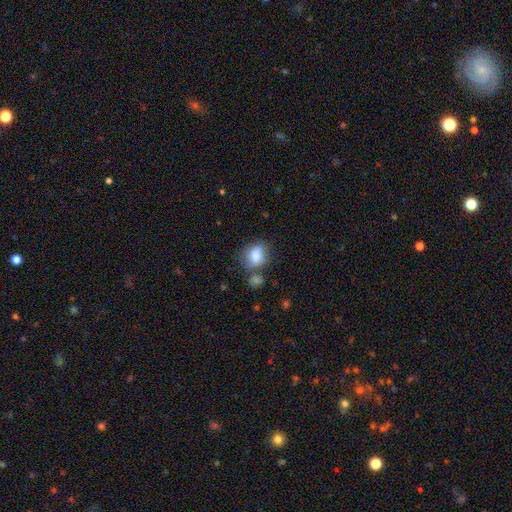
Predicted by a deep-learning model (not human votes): This appears to be a smooth galaxy with no disk features (82%) that is in between round and cigar-shaped (52%). Merging: none (56%).